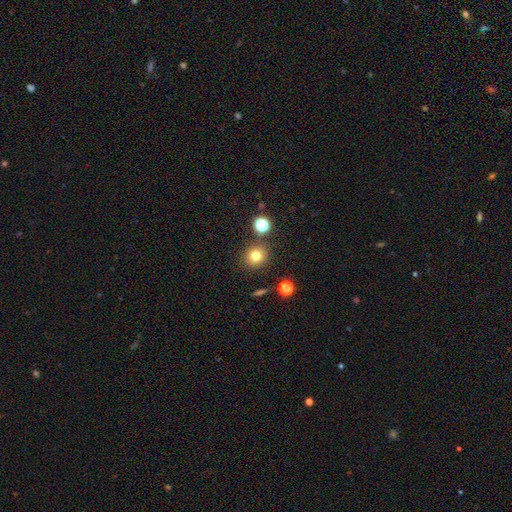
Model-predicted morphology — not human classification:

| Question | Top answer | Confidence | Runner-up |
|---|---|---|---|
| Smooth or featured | smooth | 77% | star or artifact (15%) |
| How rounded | round | 85% | in between (14%) |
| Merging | none | 85% | minor disturbance (8%) |